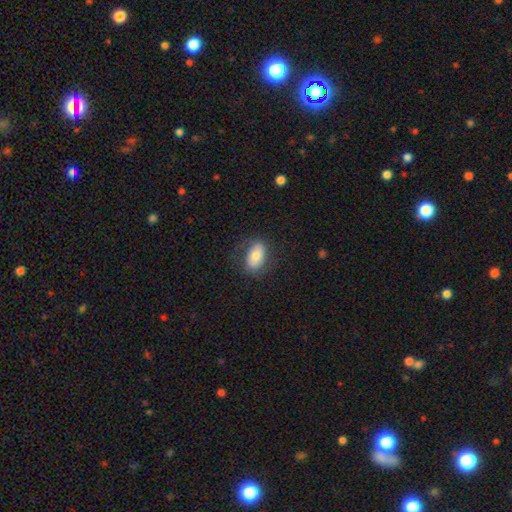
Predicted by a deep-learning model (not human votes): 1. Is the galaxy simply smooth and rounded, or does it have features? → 74% smooth, 19% featured or disk, 7% star or artifact.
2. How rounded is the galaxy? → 90% in between, 7% round, 3% cigar-shaped.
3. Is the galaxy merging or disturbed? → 76% none, 16% minor disturbance, 7% major disturbance, 1% merger.